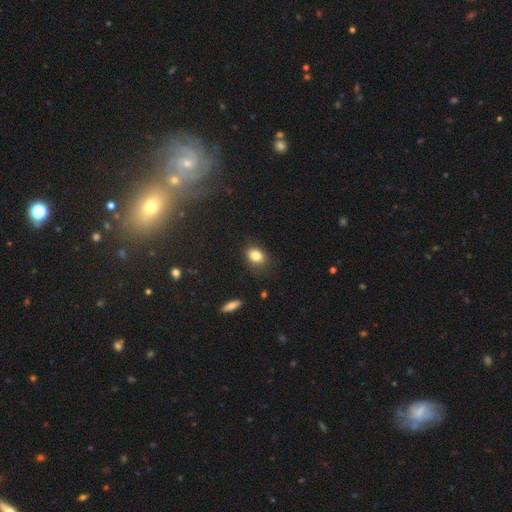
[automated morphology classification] smooth 84%, star or artifact 10%, featured or disk 6%. Down the decision tree: how rounded — in between (69%); merging — none (78%).